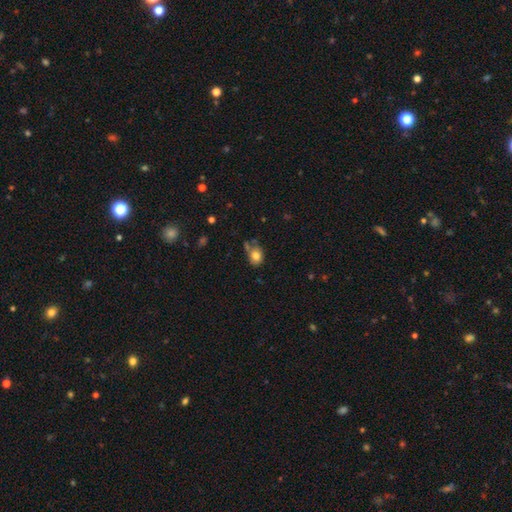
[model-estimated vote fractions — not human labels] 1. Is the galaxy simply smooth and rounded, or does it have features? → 79% smooth, 11% featured or disk, 10% star or artifact.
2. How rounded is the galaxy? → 50% round, 49% in between, 1% cigar-shaped.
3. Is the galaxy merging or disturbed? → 51% none, 26% minor disturbance, 14% merger, 9% major disturbance.